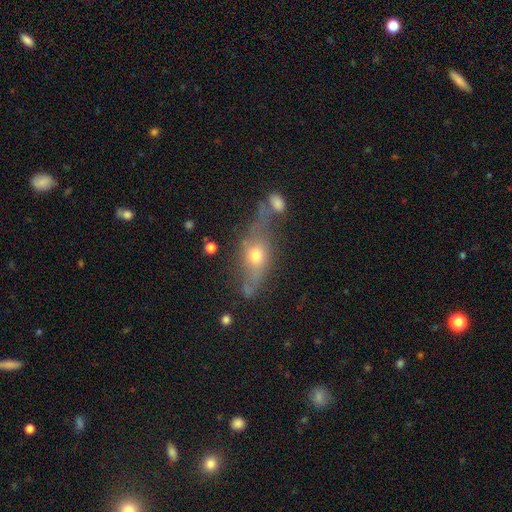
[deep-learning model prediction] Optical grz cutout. It shows a featured or disk galaxy (48%). Merging: none (47%).